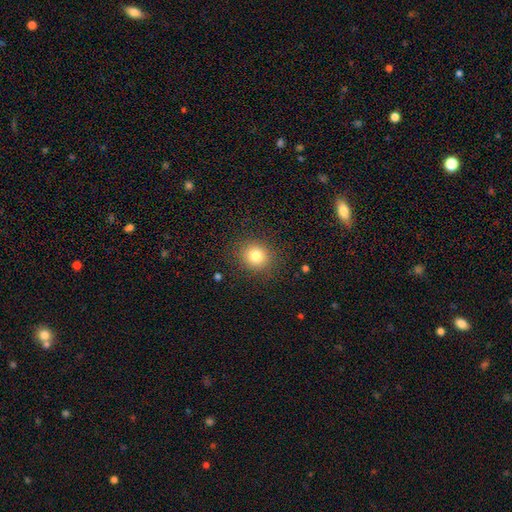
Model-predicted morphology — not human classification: A smooth galaxy with no disk features (81%) that is round (85%). Merging: none (88%).